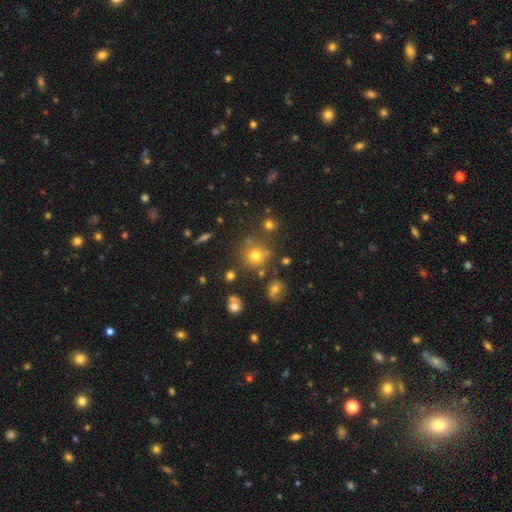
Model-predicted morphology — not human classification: Overall: smooth (71%). How rounded: round (90%). Merging: none (73%).